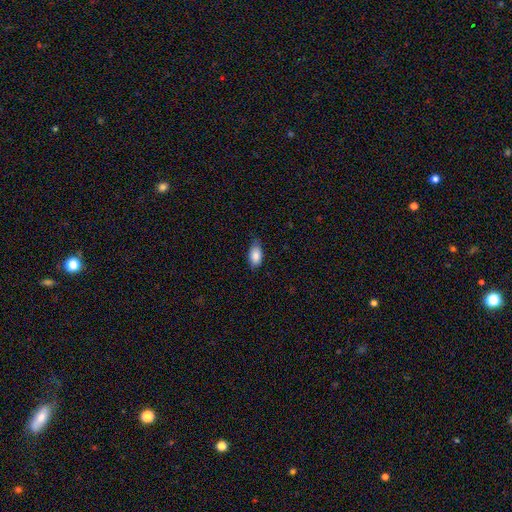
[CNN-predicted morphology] Smooth or featured?
  - smooth: 86% *
  - star or artifact: 7%
  - featured or disk: 7%
How rounded?
  - in between: 91% *
  - round: 5%
  - cigar-shaped: 4%
Merging?
  - none: 74% *
  - minor disturbance: 22%
  - major disturbance: 3%
  - merger: 1%